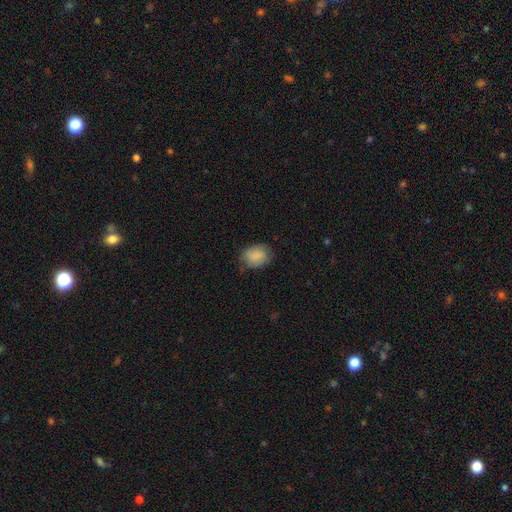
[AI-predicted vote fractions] Smooth or featured?
  - smooth: 85% *
  - featured or disk: 8%
  - star or artifact: 7%
How rounded?
  - in between: 59% *
  - round: 40%
  - cigar-shaped: 1%
Merging?
  - none: 68% *
  - minor disturbance: 25%
  - major disturbance: 6%
  - merger: 1%